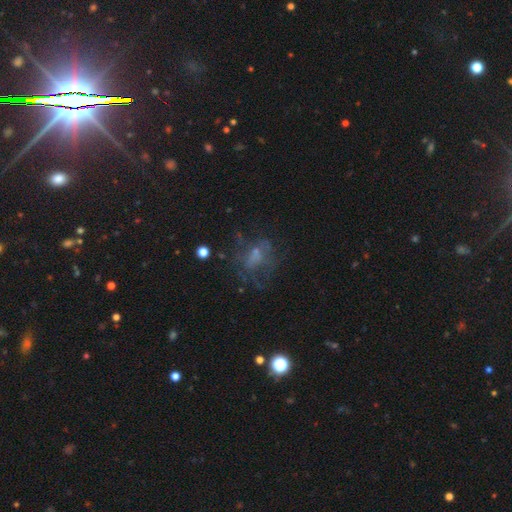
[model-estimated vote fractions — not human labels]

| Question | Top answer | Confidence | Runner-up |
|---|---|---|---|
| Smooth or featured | featured or disk | 46% | smooth (34%) |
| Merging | none | 45% | major disturbance (32%) |